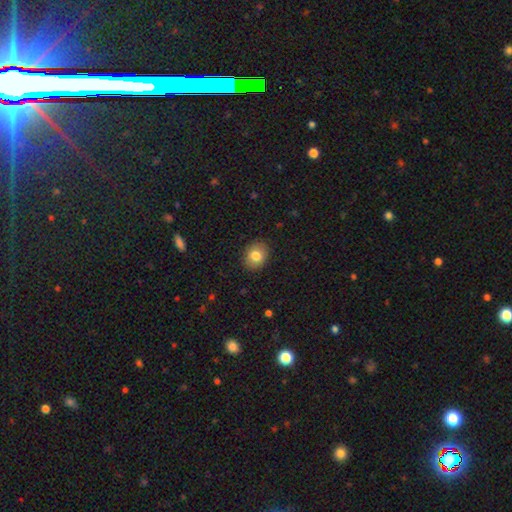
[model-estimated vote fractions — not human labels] This appears to be a smooth galaxy with no disk features (81%) that is round (51%). Merging: none (89%).